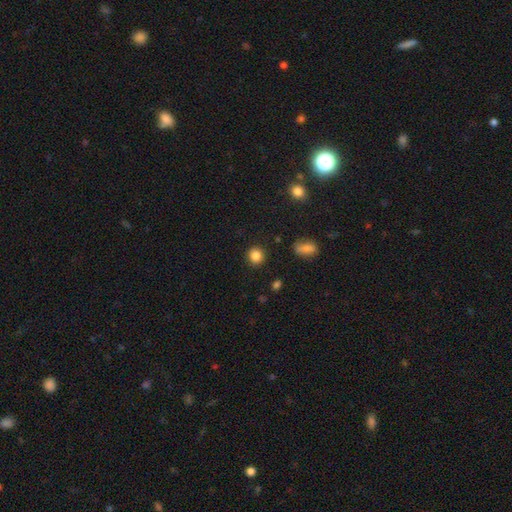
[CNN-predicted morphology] smooth_or_featured: smooth (p=0.85) [alt: star or artifact p=0.10]
how_rounded: round (p=0.89) [alt: in between p=0.10]
merging: none (p=0.90) [alt: minor disturbance p=0.06]